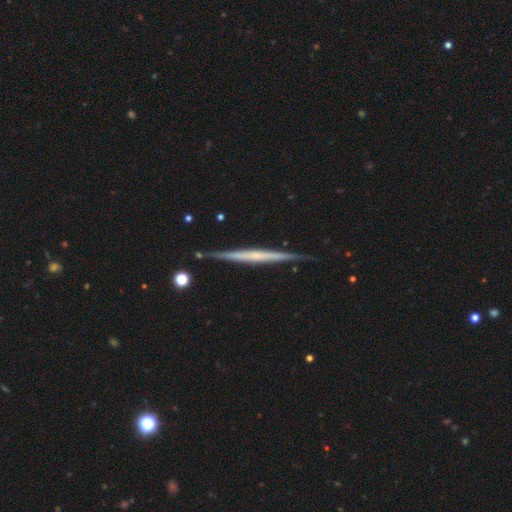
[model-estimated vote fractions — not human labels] Smooth or featured: featured or disk — 71% (smooth — 24%)
Edge-on disk: yes — 98% (no — 2%)
Edge-on bulge: none — 76% (rounded — 16%)
Merging: none — 88% (minor disturbance — 9%)